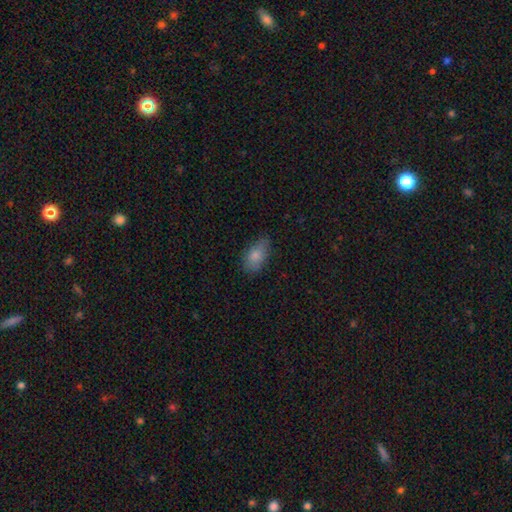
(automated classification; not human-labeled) Q: Smooth or featured?
A: smooth (83%); runner-up: featured or disk (10%)
Q: How rounded?
A: in between (91%); runner-up: round (6%)
Q: Merging?
A: none (73%); runner-up: minor disturbance (21%)